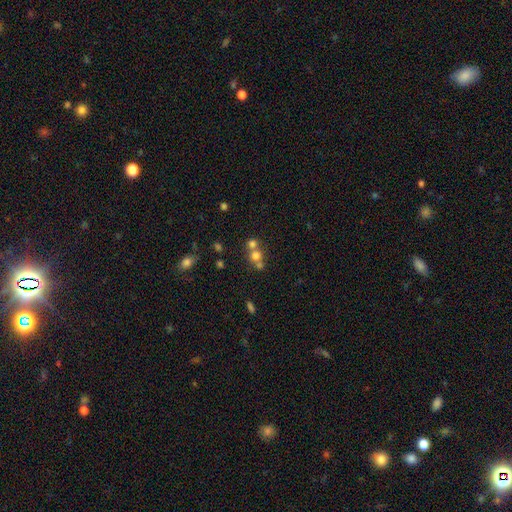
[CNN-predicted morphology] smooth_or_featured: smooth (p=0.67) [alt: star or artifact p=0.17]
how_rounded: round (p=0.84) [alt: in between p=0.15]
merging: merger (p=0.49) [alt: none p=0.42]